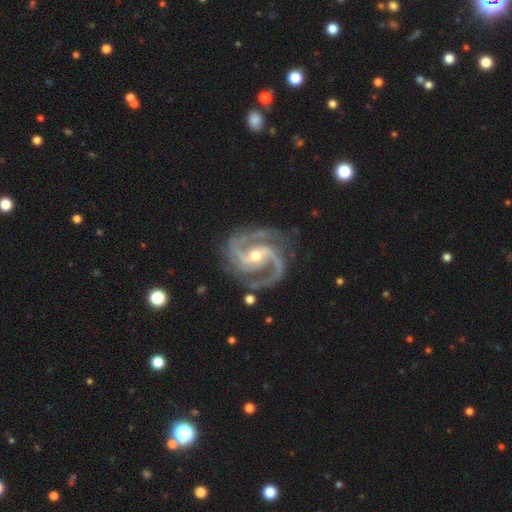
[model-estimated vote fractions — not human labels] Smooth or featured?
  - featured or disk: 94% *
  - star or artifact: 4%
  - smooth: 2%
Edge-on disk?
  - no: 98% *
  - yes: 2%
Bar?
  - weak: 41% *
  - no: 30%
  - strong: 29%
Spiral arms?
  - yes: 99% *
  - no: 1%
Spiral winding?
  - medium: 62% *
  - tight: 28%
  - loose: 10%
Spiral arm count?
  - 2: 67% *
  - 3: 22%
  - can't tell: 3%
  - 4: 3%
  - 1: 2%
  - more than 4: 2%
Bulge size?
  - moderate: 59% *
  - small: 38%
  - large: 2%
  - none: 1%
  - dominant: 1%
Merging?
  - none: 77% *
  - minor disturbance: 15%
  - major disturbance: 6%
  - merger: 2%